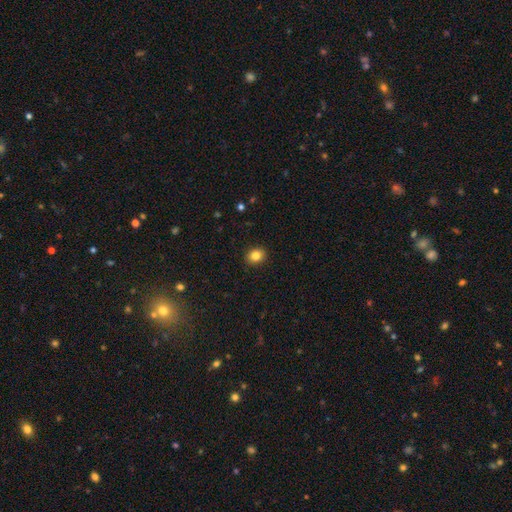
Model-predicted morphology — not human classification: smooth-or-featured: smooth: 84% | star or artifact: 10% | featured or disk: 6%
  how-rounded: round: 50% | in between: 49% | cigar-shaped: 1%
  merging: none: 91% | minor disturbance: 7% | major disturbance: 2% | merger: 1%